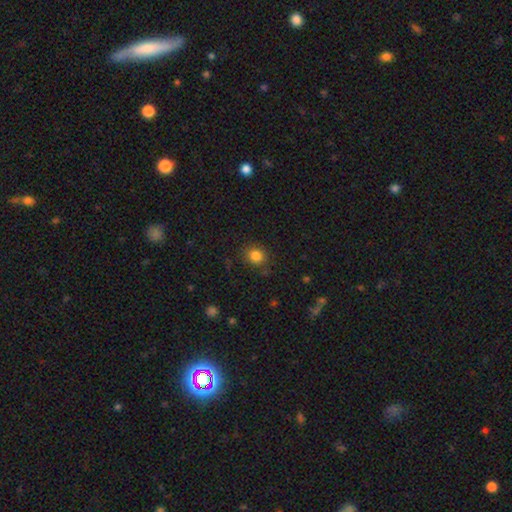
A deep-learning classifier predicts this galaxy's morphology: A smooth galaxy with no disk features (83%) that is round (82%). Merging: none (83%).